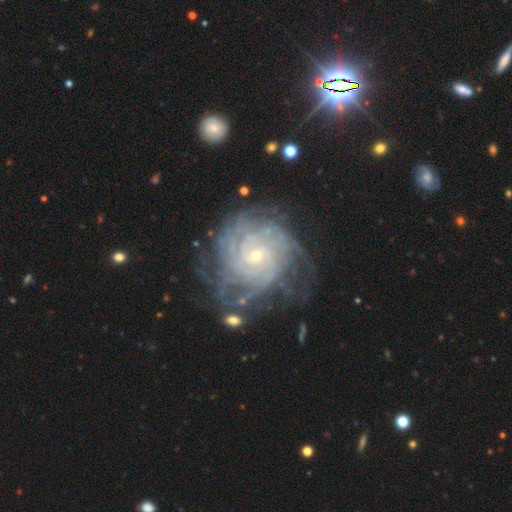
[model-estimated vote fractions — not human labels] This is clearly a featured or disk galaxy (89%). It is clearly not viewed edge-on (98%). Bar: likely no (71%). Spiral arm pattern: clearly yes (97%). Spiral arm count: marginally can't tell (29%). Spiral winding: likely tight (79%). Central bulge: clearly small (82%). Merging: likely none (65%).